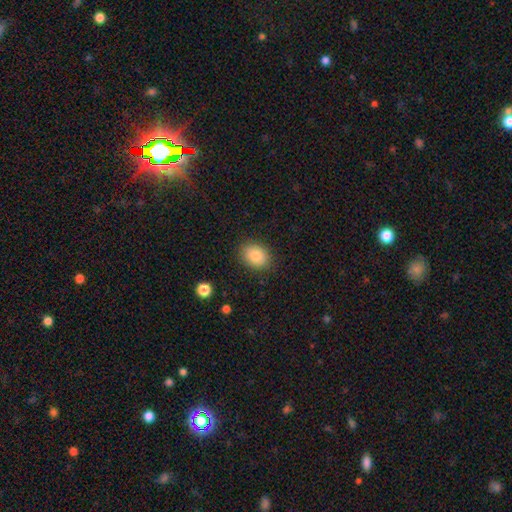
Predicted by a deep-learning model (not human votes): A smooth galaxy with no disk features (84%) that is in between round and cigar-shaped (56%). Merging: none (87%).